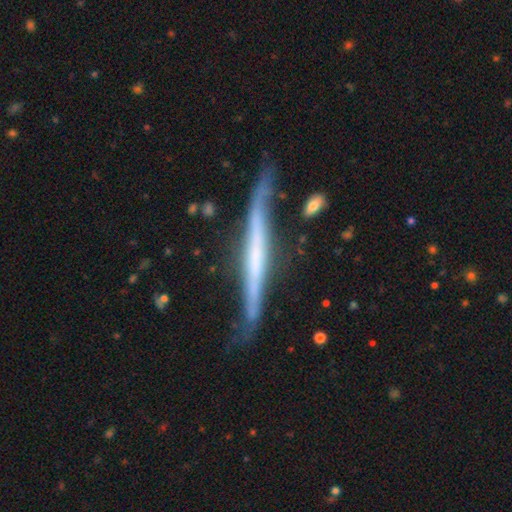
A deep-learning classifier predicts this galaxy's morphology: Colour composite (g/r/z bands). It shows a featured or disk galaxy (73%) viewed edge-on (92%) with no central bulge (64%). Merging: none (60%).